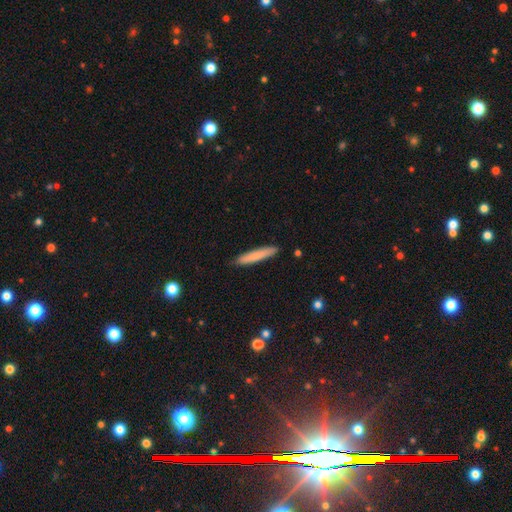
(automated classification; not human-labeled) smooth 79%, featured or disk 15%, star or artifact 6%. Down the decision tree: how rounded — cigar-shaped (93%); merging — none (90%).